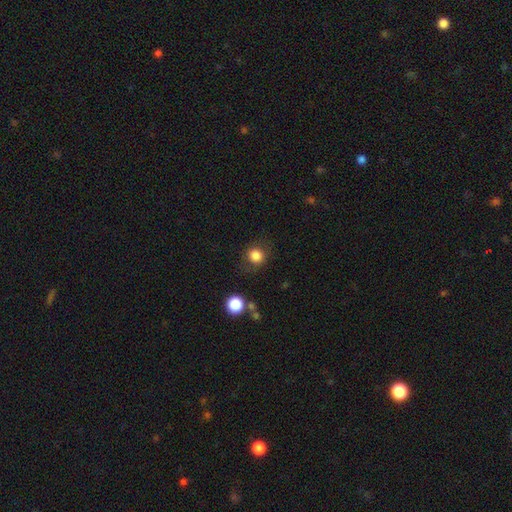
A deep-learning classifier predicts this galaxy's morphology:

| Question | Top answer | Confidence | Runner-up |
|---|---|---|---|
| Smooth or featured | smooth | 84% | star or artifact (11%) |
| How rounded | round | 88% | in between (12%) |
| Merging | none | 81% | minor disturbance (12%) |